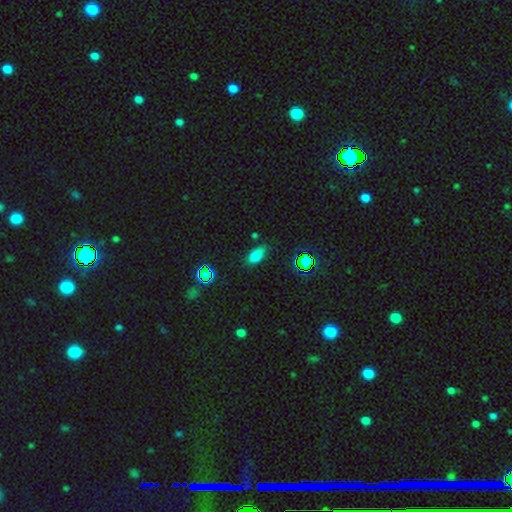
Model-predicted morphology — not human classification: smooth-or-featured: smooth: 74% | star or artifact: 18% | featured or disk: 8%
  how-rounded: in between: 86% | cigar-shaped: 9% | round: 5%
  merging: none: 79% | minor disturbance: 14% | major disturbance: 4% | merger: 3%